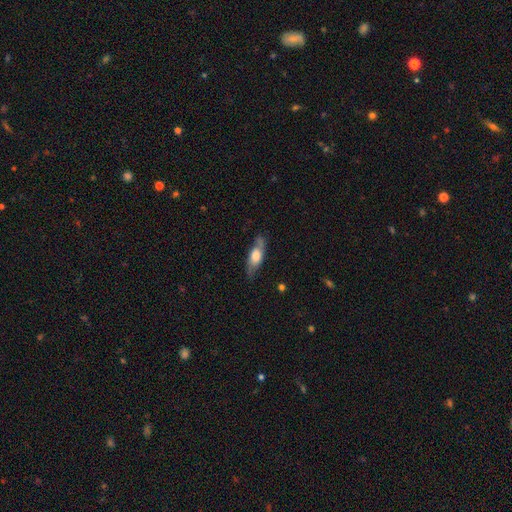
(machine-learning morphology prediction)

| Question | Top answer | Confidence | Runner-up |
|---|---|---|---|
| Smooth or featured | featured or disk | 50% | smooth (44%) |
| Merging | none | 74% | minor disturbance (19%) |